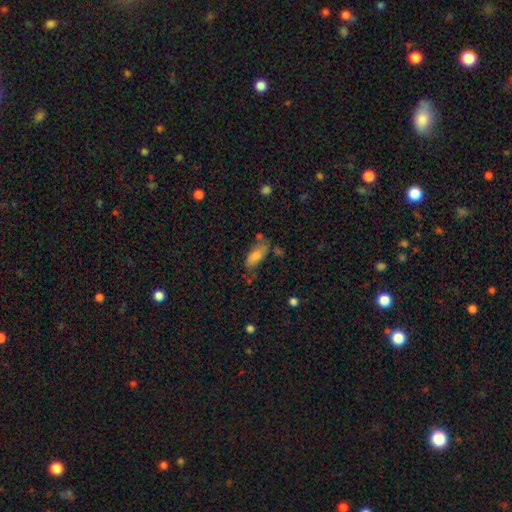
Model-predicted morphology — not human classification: smooth_or_featured: smooth (p=0.74) [alt: featured or disk p=0.18]
how_rounded: in between (p=0.81) [alt: cigar-shaped p=0.16]
merging: none (p=0.58) [alt: minor disturbance p=0.23]